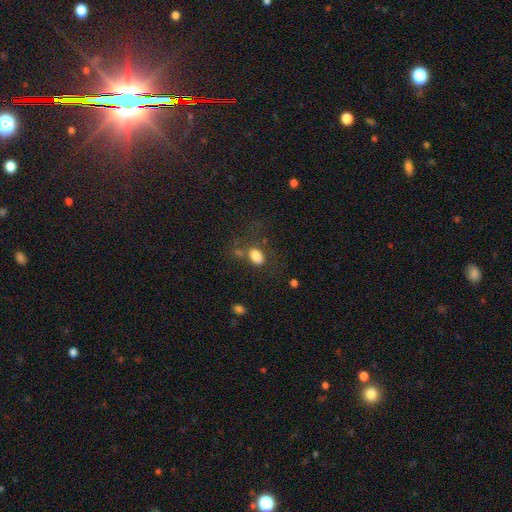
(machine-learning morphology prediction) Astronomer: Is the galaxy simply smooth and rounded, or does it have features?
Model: smooth — 80%.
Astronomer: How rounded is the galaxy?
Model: in between — 81%.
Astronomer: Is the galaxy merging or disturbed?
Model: none — 51%.